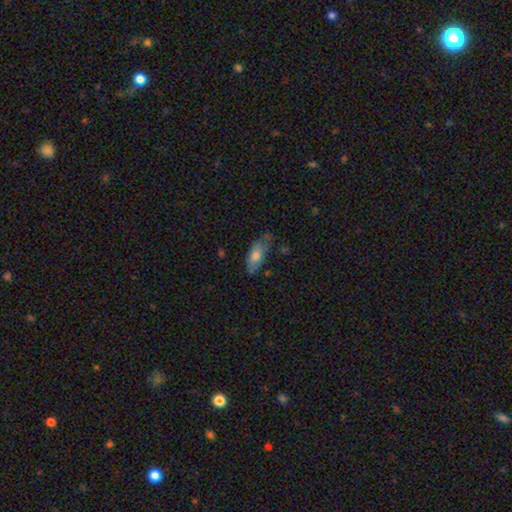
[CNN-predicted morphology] Q: Smooth or featured?
A: smooth (70%); runner-up: featured or disk (23%)
Q: How rounded?
A: in between (83%); runner-up: cigar-shaped (14%)
Q: Merging?
A: none (49%); runner-up: minor disturbance (34%)